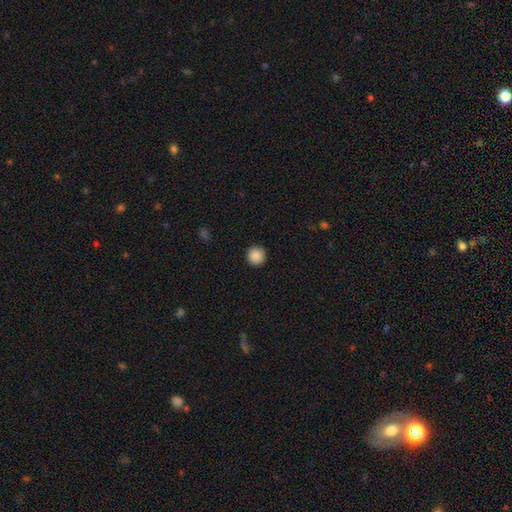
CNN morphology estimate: Smooth or featured: smooth — 89% (star or artifact — 9%)
How rounded: round — 95% (in between — 4%)
Merging: none — 92% (minor disturbance — 5%)